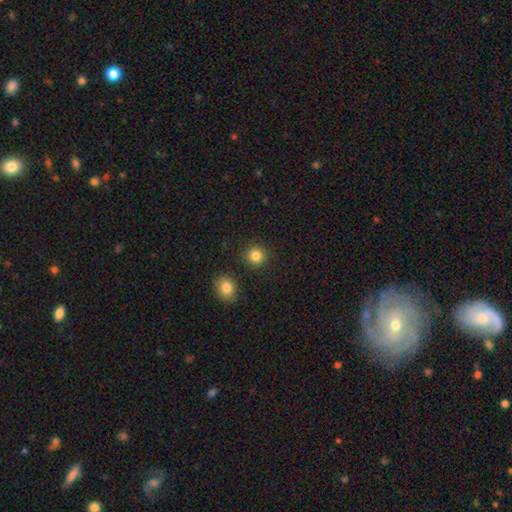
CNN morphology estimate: type=smooth (85%); roundness=round (93%); merging=none (90%).